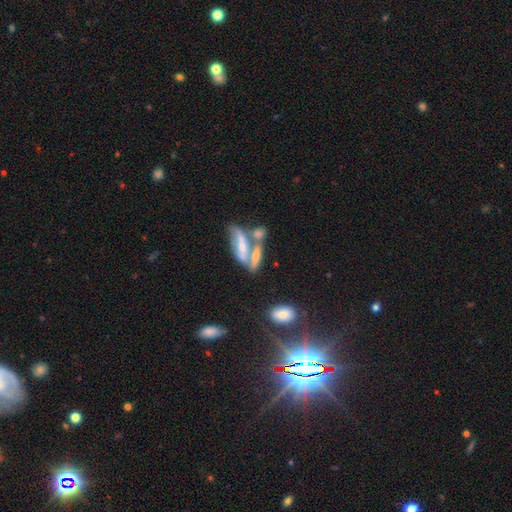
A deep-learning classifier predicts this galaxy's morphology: A featured or disk galaxy (55%). Merging: merger (56%).